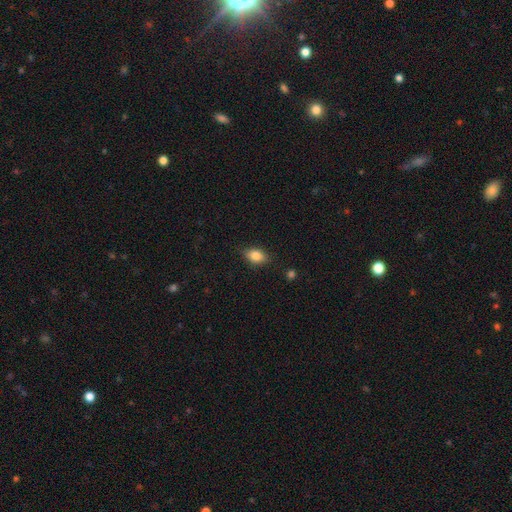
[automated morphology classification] smooth 83%, featured or disk 9%, star or artifact 9%. Down the decision tree: how rounded — in between (82%); merging — none (82%).